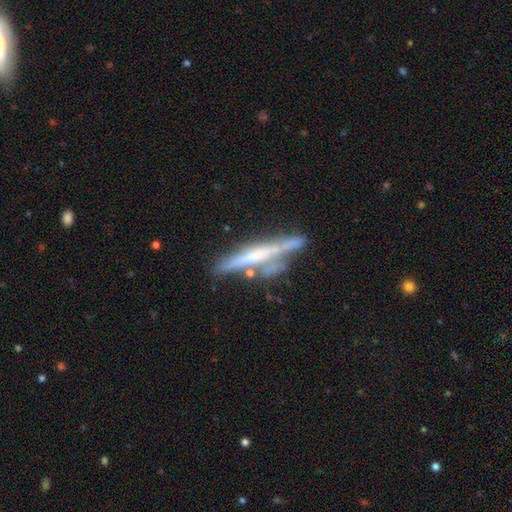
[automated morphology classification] Smooth or featured: featured or disk — 65% (smooth — 28%)
Edge-on disk: yes — 90% (no — 10%)
Edge-on bulge: none — 46% (rounded — 38%)
Merging: none — 52% (minor disturbance — 20%)